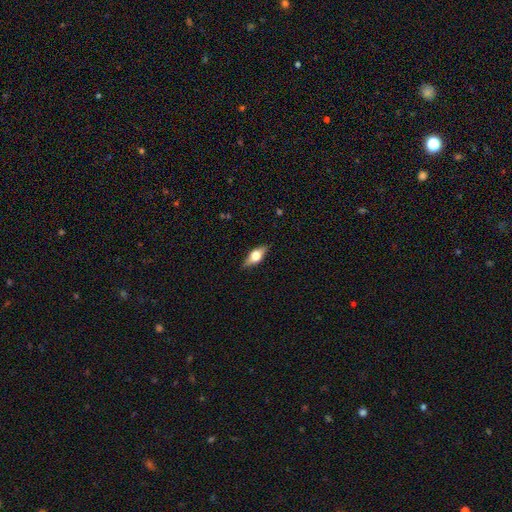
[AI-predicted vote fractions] Smooth or featured?
  - featured or disk: 53% *
  - smooth: 39%
  - star or artifact: 8%
Edge-on disk?
  - yes: 93% *
  - no: 7%
Merging?
  - none: 84% *
  - minor disturbance: 12%
  - major disturbance: 3%
  - merger: 1%